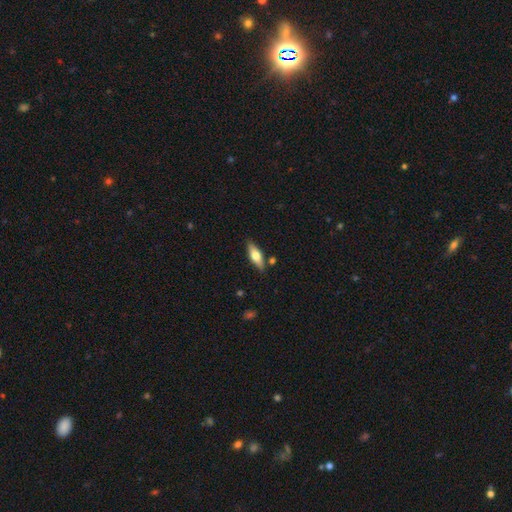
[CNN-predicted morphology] A smooth galaxy with no disk features (58%) that is in between round and cigar-shaped (57%). Merging: none (82%).